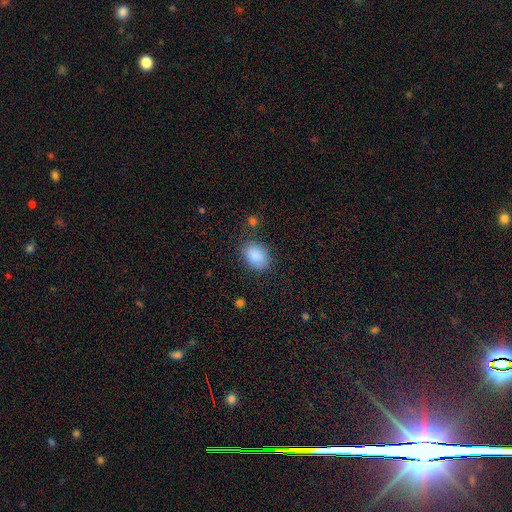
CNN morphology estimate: Smooth or featured: smooth — 88% (star or artifact — 8%)
How rounded: in between — 76% (round — 23%)
Merging: none — 80% (minor disturbance — 13%)